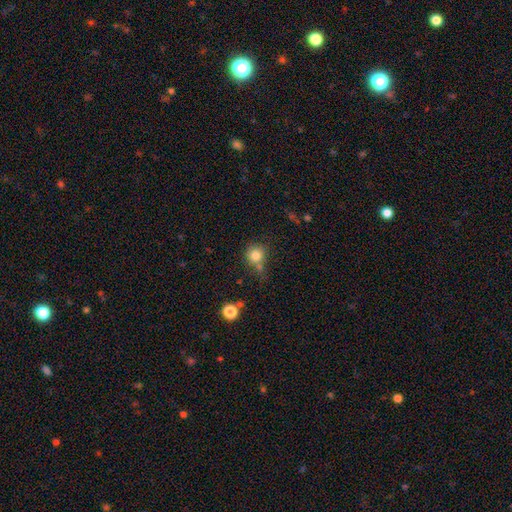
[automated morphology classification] A smooth galaxy with no disk features (81%) that is round (88%).

Vote fractions:
- Smooth or featured? smooth: 81% / star or artifact: 11% / featured or disk: 8%
- How rounded? round: 88% / in between: 11% / cigar-shaped: 1%
- Merging? none: 58% / merger: 19% / minor disturbance: 17% / major disturbance: 7%